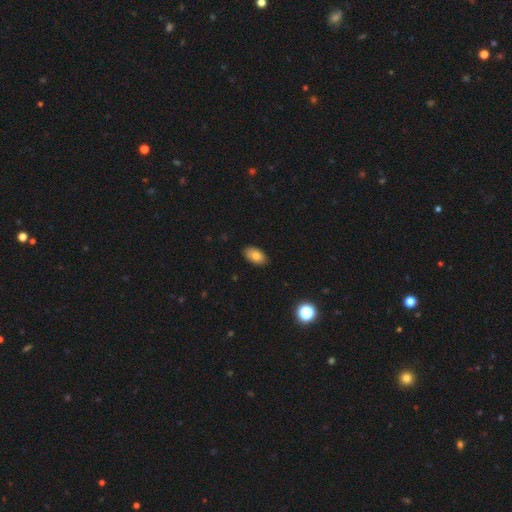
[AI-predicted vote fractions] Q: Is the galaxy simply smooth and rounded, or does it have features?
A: smooth — 79%.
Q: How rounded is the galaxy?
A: in between — 93%.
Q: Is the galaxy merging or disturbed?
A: none — 87%.